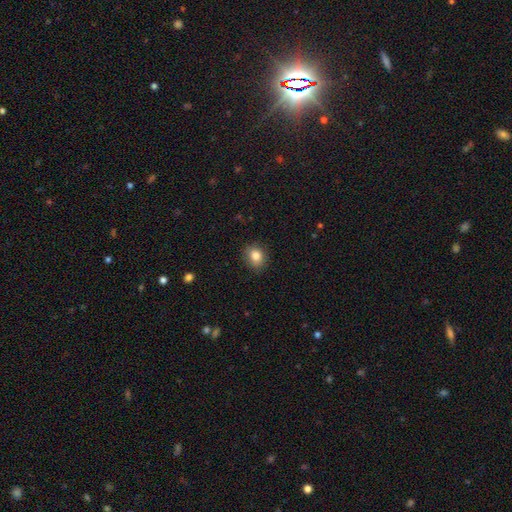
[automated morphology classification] type=smooth (83%); roundness=round (61%); merging=none (86%).